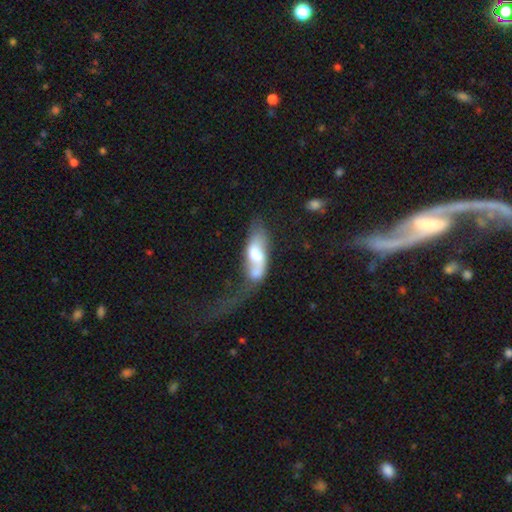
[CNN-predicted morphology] The model was most divided on "smooth or featured": featured or disk: 51%, smooth: 42%, star or artifact: 6%. Remaining: edge-on disk — no (82%); merging — major disturbance (38%).